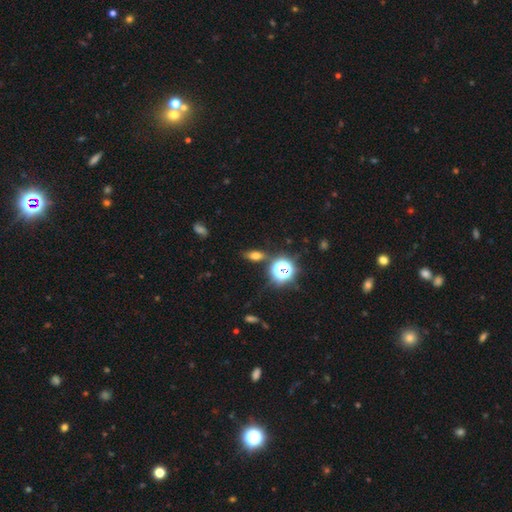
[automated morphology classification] type=smooth (55%); roundness=in between (62%); merging=none (80%).